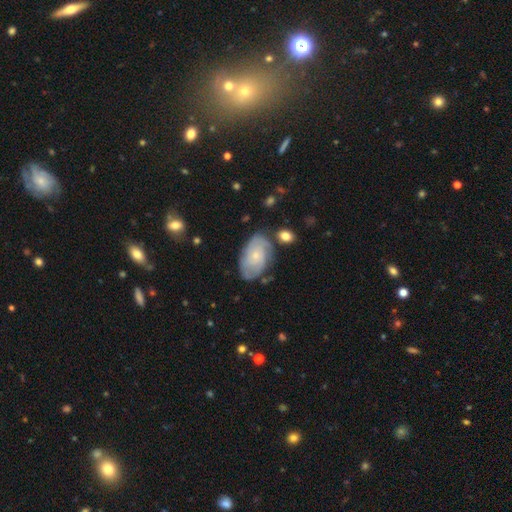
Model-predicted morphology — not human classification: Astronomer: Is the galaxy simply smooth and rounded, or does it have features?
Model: featured or disk — 61%.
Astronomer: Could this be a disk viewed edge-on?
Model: no — 96%.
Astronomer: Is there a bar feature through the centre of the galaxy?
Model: no — 79%.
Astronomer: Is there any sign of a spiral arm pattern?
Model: yes — 83%.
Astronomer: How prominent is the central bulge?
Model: small — 75%.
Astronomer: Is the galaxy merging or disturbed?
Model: none — 68%.